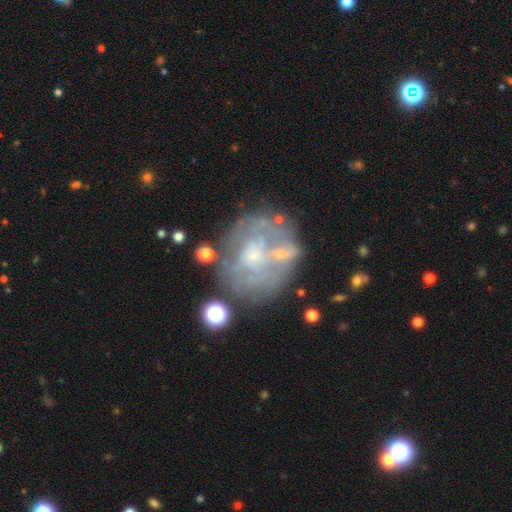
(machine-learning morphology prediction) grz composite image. It shows a featured or disk galaxy (68%) with no bar (80%), no spiral arms (68%) and a small central bulge (55%). Merging: none (51%).